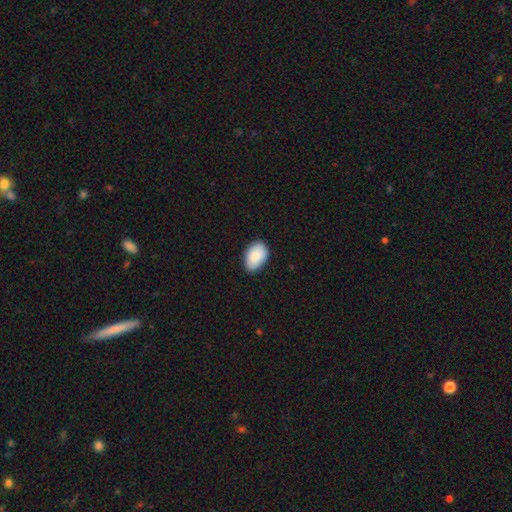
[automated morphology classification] A smooth galaxy with no disk features (88%) that is in between round and cigar-shaped (91%). Merging: none (80%).